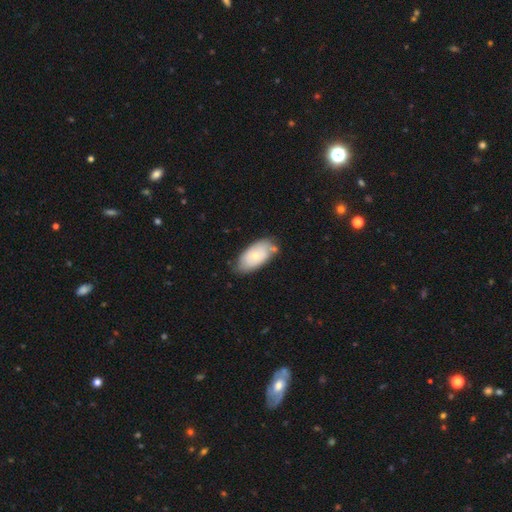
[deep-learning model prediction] This appears to be a smooth galaxy with no disk features (58%) that is in between round and cigar-shaped (93%). Merging: none (64%).